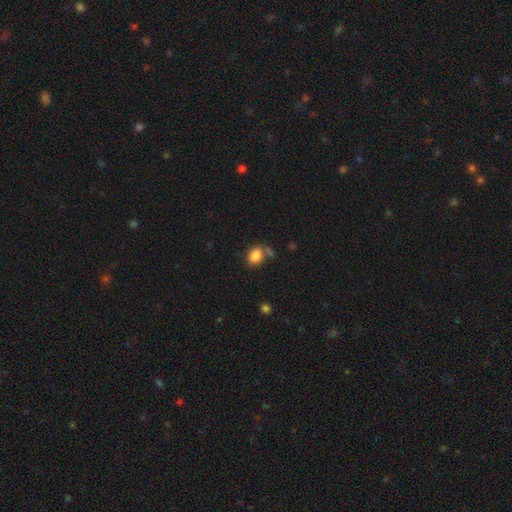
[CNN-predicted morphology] Smooth or featured? smooth (84%)
How rounded? in between (71%)
Merging? none (58%)